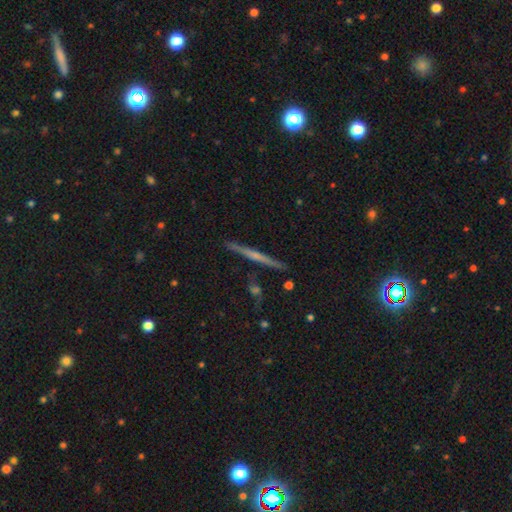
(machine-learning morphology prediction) Smooth or featured: featured or disk — 67% (smooth — 27%)
Edge-on disk: yes — 98% (no — 2%)
Edge-on bulge: none — 55% (rounded — 36%)
Merging: none — 91% (minor disturbance — 6%)